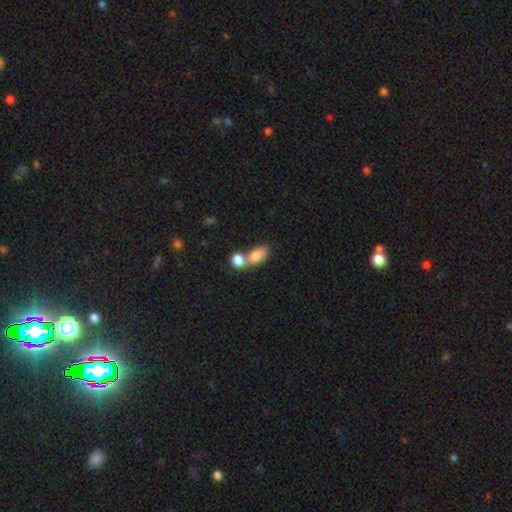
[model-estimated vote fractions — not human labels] Overall: smooth (82%). How rounded: in between (83%). Merging: merger (58%; none 29%).